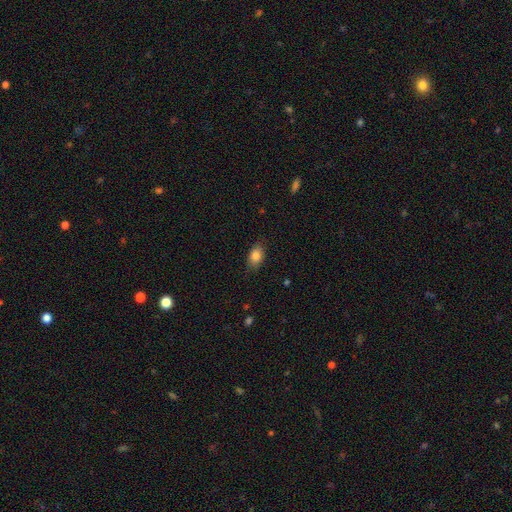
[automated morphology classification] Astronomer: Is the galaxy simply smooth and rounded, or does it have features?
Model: smooth — 84%.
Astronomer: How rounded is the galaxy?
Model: in between — 84%.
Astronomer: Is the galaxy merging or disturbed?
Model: none — 81%.